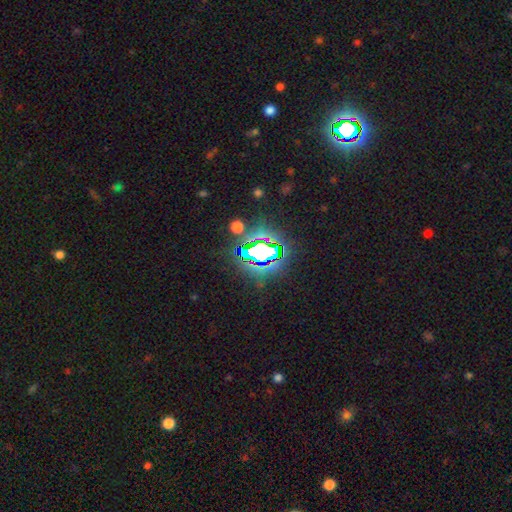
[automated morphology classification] Smooth or featured? star or artifact (71%)